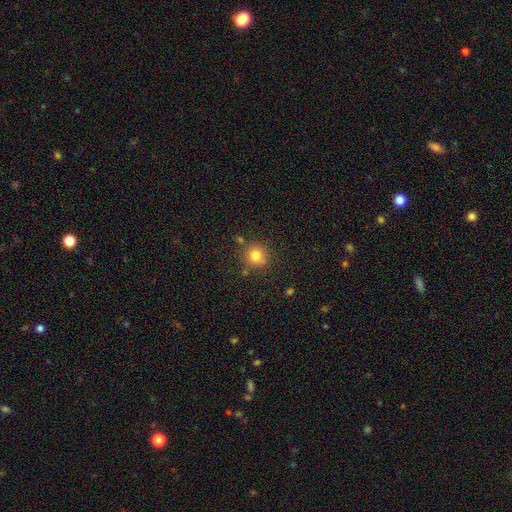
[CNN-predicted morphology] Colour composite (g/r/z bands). It shows a smooth galaxy with no disk features (79%) that is round (92%). Merging: none (80%).